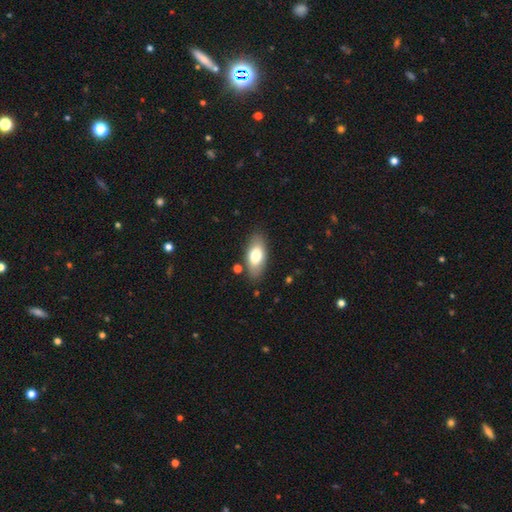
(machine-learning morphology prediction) smooth 73%, featured or disk 21%, star or artifact 7%. Down the decision tree: how rounded — in between (88%); merging — none (83%).